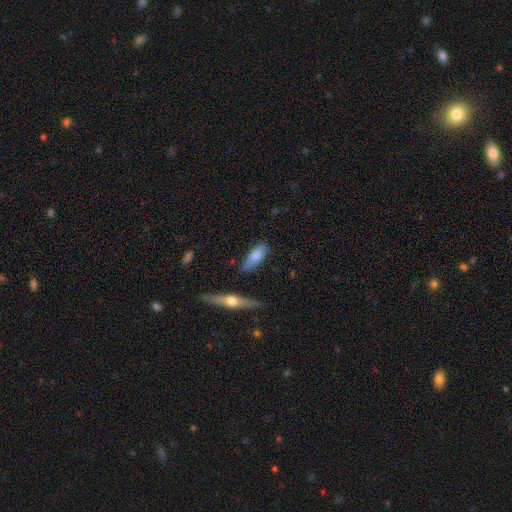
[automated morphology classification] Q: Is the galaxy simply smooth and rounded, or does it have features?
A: smooth — 76%.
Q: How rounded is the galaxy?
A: in between — 65%.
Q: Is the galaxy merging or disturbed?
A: none — 64%.